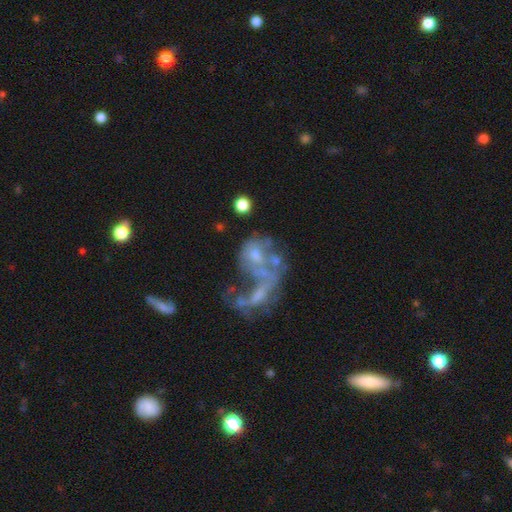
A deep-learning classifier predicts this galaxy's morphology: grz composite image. It shows a featured or disk galaxy (59%) with no bar (85%), no spiral arms (83%) and no central bulge (49%). Merging: merger (44%).